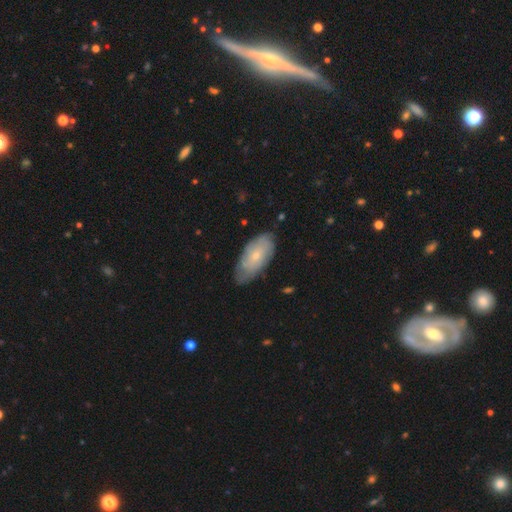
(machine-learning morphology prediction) smooth_or_featured: smooth (p=0.49) [alt: featured or disk p=0.45]
merging: none (p=0.71) [alt: minor disturbance p=0.23]